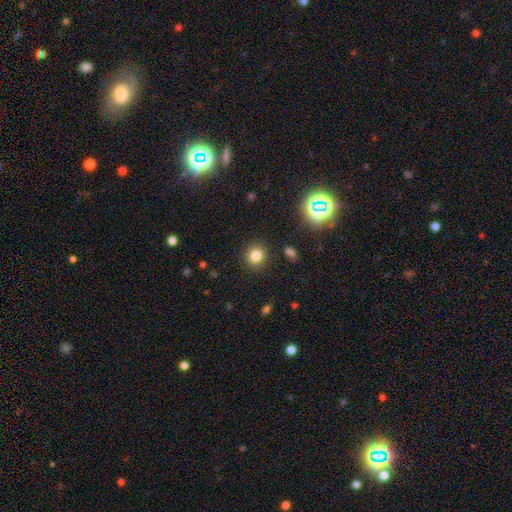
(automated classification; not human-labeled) This is likely a smooth galaxy (79%). How rounded: clearly round (88%). Merging: clearly none (89%).